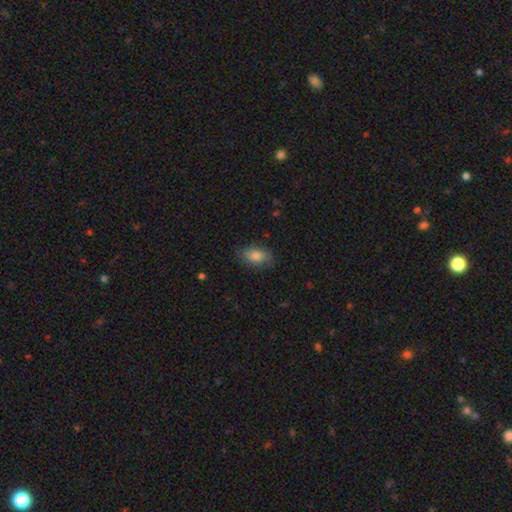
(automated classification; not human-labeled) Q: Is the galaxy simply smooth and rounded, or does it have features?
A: smooth — 81%.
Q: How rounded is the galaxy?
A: in between — 88%.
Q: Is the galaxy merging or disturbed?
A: none — 80%.